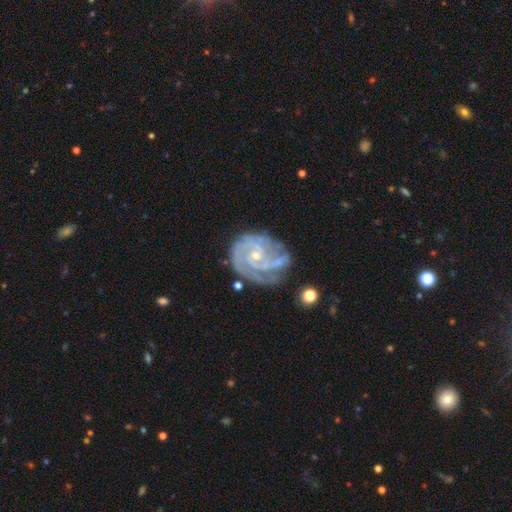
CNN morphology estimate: Overall: featured or disk (88%). Edge-on disk: no (98%). Bar: no (68%). Spiral arms: yes (96%). Spiral arm count: 3 (29%; can't tell 24%). Spiral winding: tight (67%; medium 27%). Bulge size: small (75%). Merging: none (55%; minor disturbance 26%).